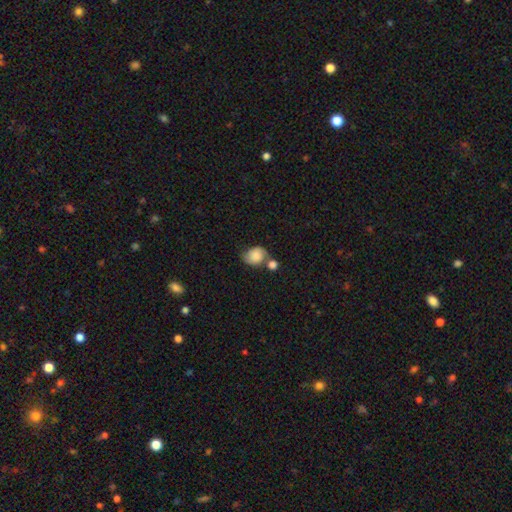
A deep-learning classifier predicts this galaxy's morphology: type=smooth (68%); roundness=in between (53%); merging=none (40%).